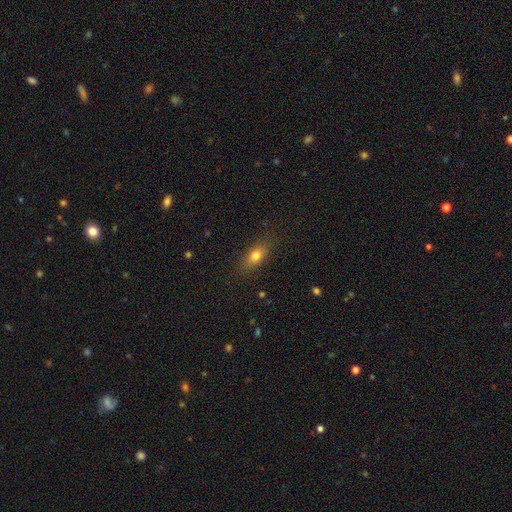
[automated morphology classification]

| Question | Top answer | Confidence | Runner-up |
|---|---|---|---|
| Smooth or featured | smooth | 76% | featured or disk (14%) |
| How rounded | in between | 74% | cigar-shaped (16%) |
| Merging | none | 81% | minor disturbance (13%) |